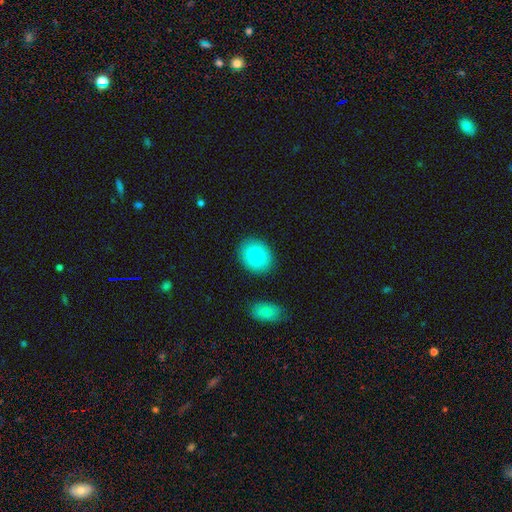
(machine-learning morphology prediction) This is clearly a smooth galaxy (84%). How rounded: possibly in between (52%). Merging: clearly none (86%).